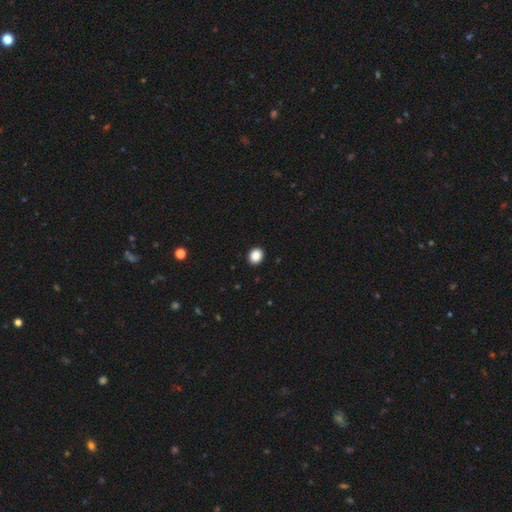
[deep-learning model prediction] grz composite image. It shows a smooth galaxy with no disk features (88%) that is round (66%). Merging: none (92%).